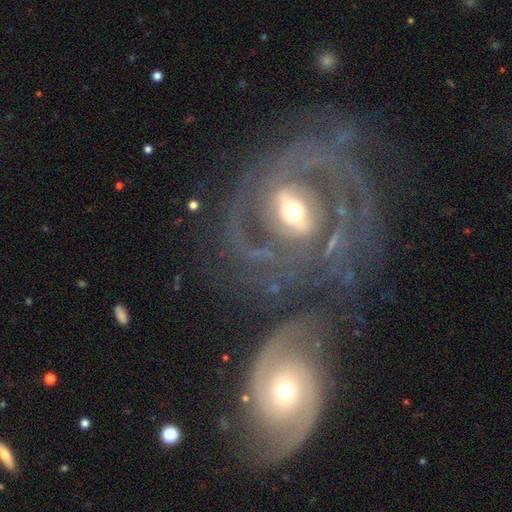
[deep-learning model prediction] A featured or disk galaxy (87%) with a weak bar (38%), 2 (58%) tight (47%) spiral arms (93%) and a moderate central bulge (62%).

Vote fractions:
- Smooth or featured? featured or disk: 87% / smooth: 7% / star or artifact: 6%
- Edge-on disk? no: 96% / yes: 4%
- Bar? weak: 38% / strong: 33% / no: 29%
- Spiral arms? yes: 93% / no: 7%
- Spiral winding? tight: 47% / medium: 42% / loose: 11%
- Spiral arm count? 2: 58% / can't tell: 15% / 3: 13% / 1: 5% / 4: 5% / more than 4: 4%
- Bulge size? moderate: 62% / small: 27% / large: 8% / none: 2% / dominant: 2%
- Merging? merger: 38% / none: 36% / major disturbance: 13% / minor disturbance: 13%